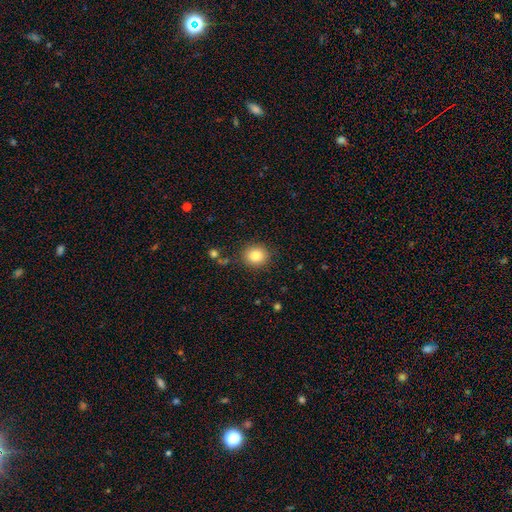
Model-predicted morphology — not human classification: Q: Smooth or featured?
A: smooth (84%); runner-up: star or artifact (10%)
Q: How rounded?
A: round (82%); runner-up: in between (17%)
Q: Merging?
A: none (87%); runner-up: minor disturbance (8%)